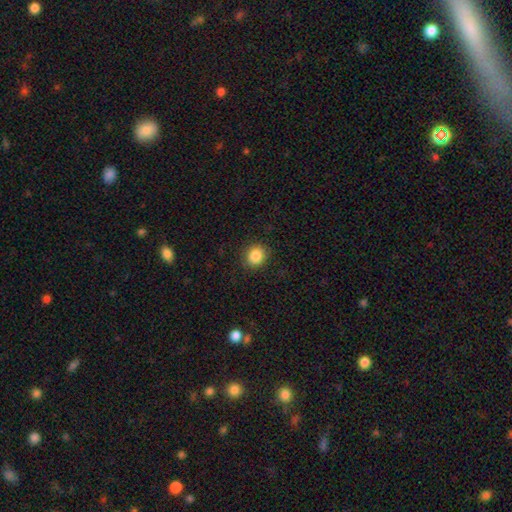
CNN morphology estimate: smooth_or_featured: smooth (p=0.87) [alt: star or artifact p=0.10]
how_rounded: round (p=0.78) [alt: in between p=0.21]
merging: none (p=0.89) [alt: minor disturbance p=0.07]